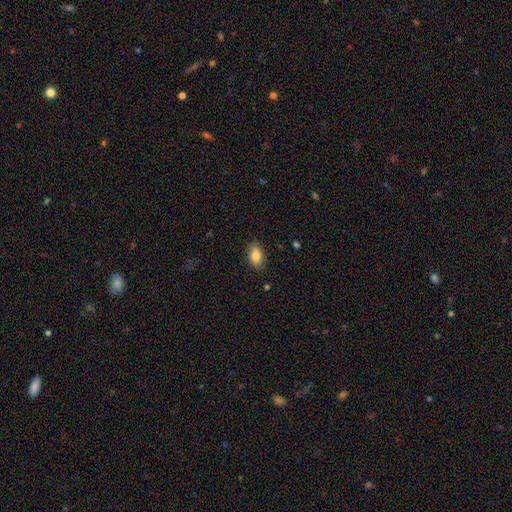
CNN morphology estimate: Smooth or featured? Predicted: smooth (p=0.86). How rounded? Predicted: in between (p=0.89). Merging? Predicted: none (p=0.84).